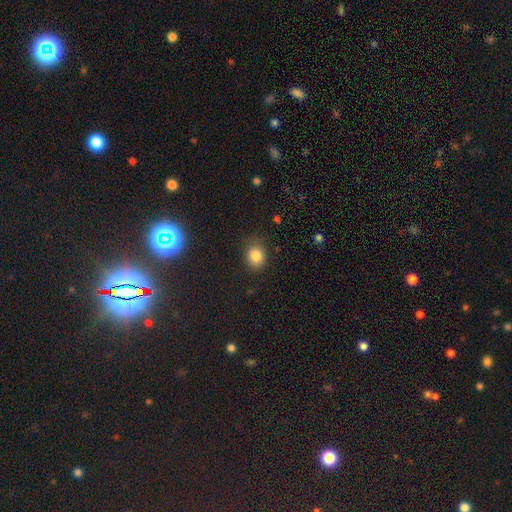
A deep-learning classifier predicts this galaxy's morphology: smooth 83%, star or artifact 11%, featured or disk 6%. Down the decision tree: how rounded — round (63%); merging — none (80%).